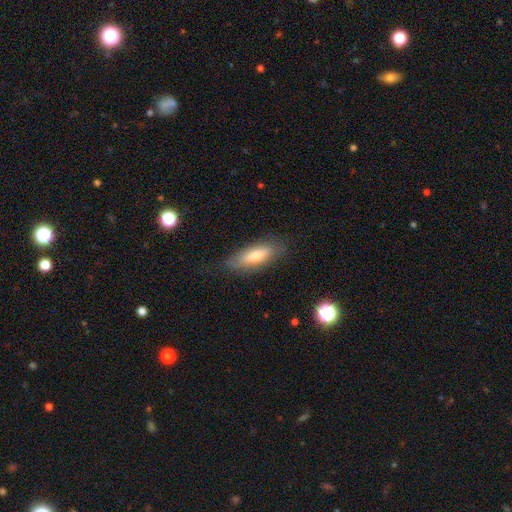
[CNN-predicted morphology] smooth-or-featured: smooth: 68% | featured or disk: 25% | star or artifact: 7%
  how-rounded: in between: 63% | cigar-shaped: 35% | round: 2%
  merging: none: 77% | minor disturbance: 17% | major disturbance: 4% | merger: 1%